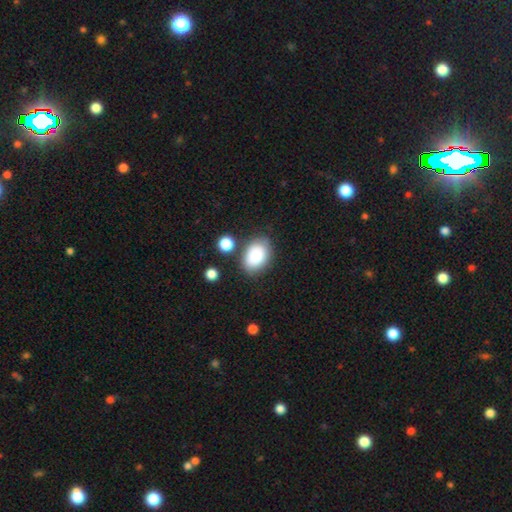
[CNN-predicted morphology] A smooth galaxy with no disk features (82%) that is in between round and cigar-shaped (82%).

Vote fractions:
- Smooth or featured? smooth: 82% / featured or disk: 11% / star or artifact: 8%
- How rounded? in between: 82% / round: 17% / cigar-shaped: 1%
- Merging? none: 72% / minor disturbance: 16% / merger: 7% / major disturbance: 5%